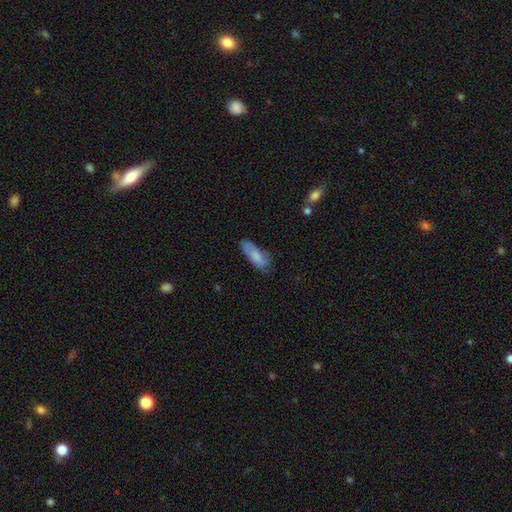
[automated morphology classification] This is likely a smooth galaxy (70%). How rounded: likely in between (71%). Merging: likely none (65%).